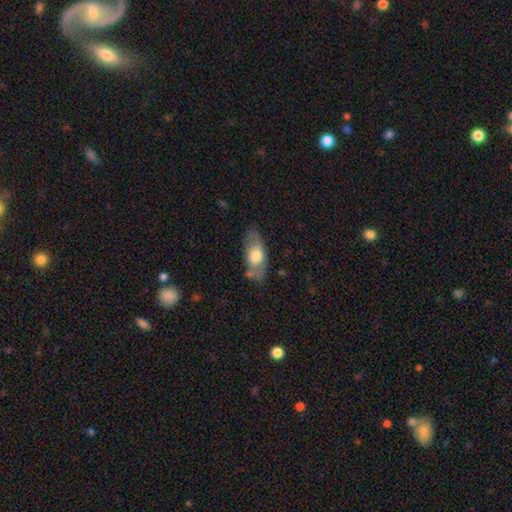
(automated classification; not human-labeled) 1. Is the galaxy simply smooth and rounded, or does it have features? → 60% smooth, 34% featured or disk, 6% star or artifact.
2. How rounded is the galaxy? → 84% in between, 11% cigar-shaped, 5% round.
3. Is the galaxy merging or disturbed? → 65% none, 23% minor disturbance, 7% major disturbance, 5% merger.